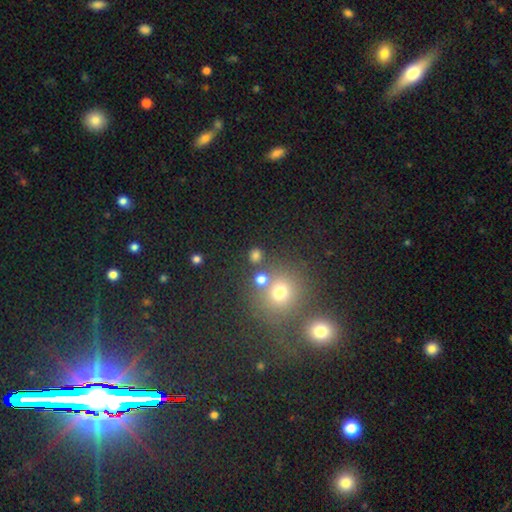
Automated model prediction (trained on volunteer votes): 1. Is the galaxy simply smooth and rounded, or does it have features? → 74% smooth, 19% star or artifact, 6% featured or disk.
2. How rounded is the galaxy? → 88% round, 11% in between, 1% cigar-shaped.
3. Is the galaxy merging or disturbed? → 80% none, 10% merger, 7% minor disturbance, 4% major disturbance.